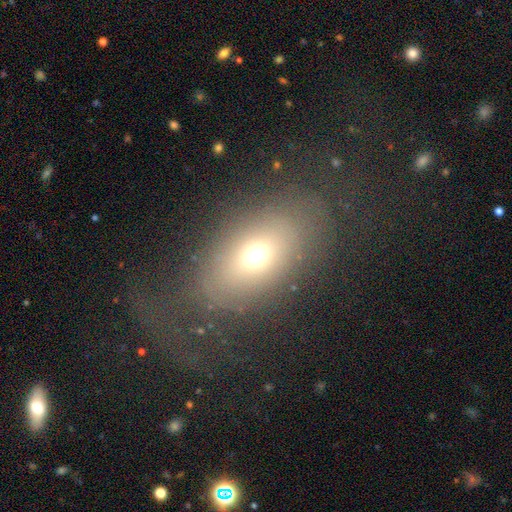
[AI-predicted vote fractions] This appears to be a smooth galaxy with no disk features (62%) that is in between round and cigar-shaped (80%). Merging: none (53%).